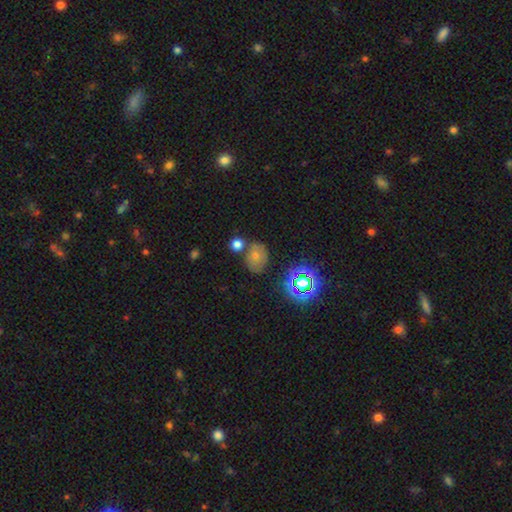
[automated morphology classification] Smooth or featured? smooth (51%)
How rounded? round (58%)
Merging? none (66%)